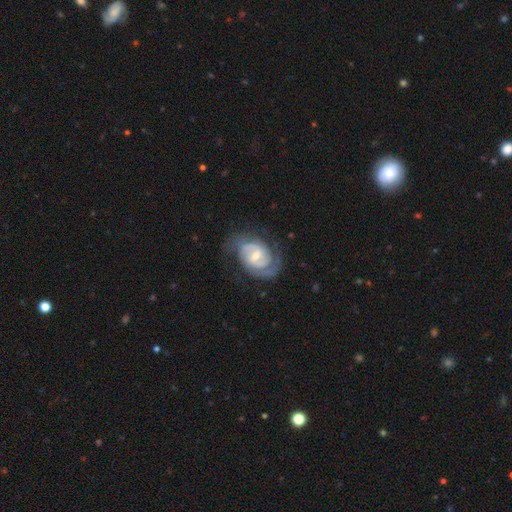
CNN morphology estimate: Overall: featured or disk (87%). Edge-on disk: no (98%). Bar: weak (60%; no 21%). Spiral arms: yes (96%). Spiral arm count: 2 (75%). Spiral winding: tight (50%; medium 40%). Bulge size: small (49%; moderate 44%). Merging: none (68%).